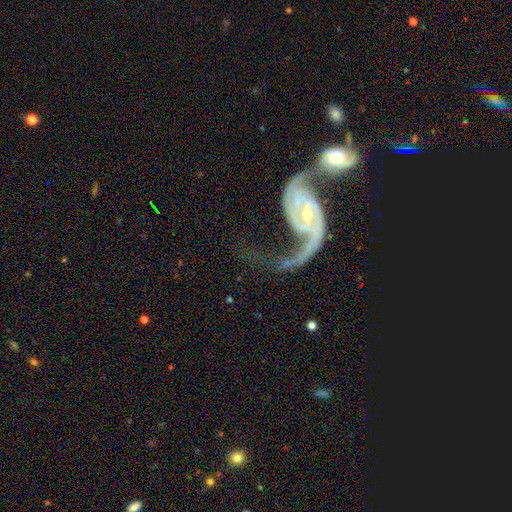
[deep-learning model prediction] The model was most divided on "merging": merger: 41%, none: 27%, major disturbance: 21%, minor disturbance: 12%. Remaining: edge-on disk — no (96%); spiral arms — yes (95%); smooth or featured — featured or disk (88%); spiral arm count — 2 (81%); bulge size — small (70%); bar — no (56%); spiral winding — loose (49%).